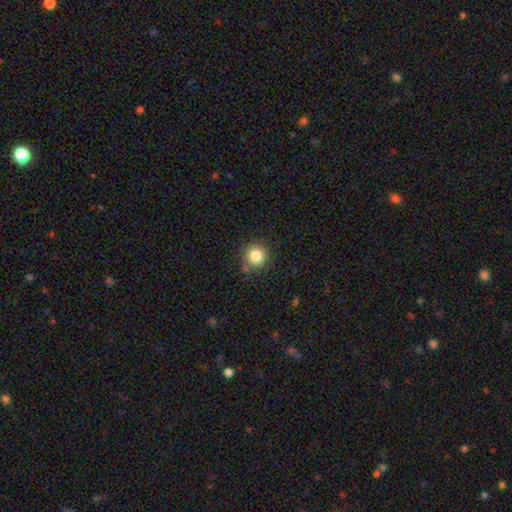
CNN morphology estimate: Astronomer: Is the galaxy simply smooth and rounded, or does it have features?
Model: smooth — 83%.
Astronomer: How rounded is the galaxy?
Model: round — 93%.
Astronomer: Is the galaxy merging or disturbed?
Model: none — 82%.